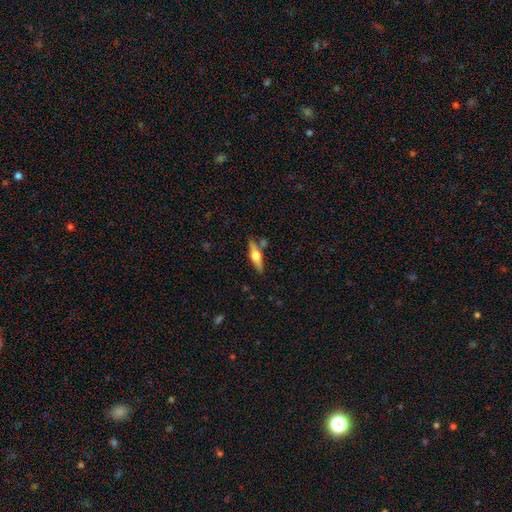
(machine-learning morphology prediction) A featured or disk galaxy (54%) viewed edge-on (94%) with a rounded central bulge (92%).

Vote fractions:
- Smooth or featured? featured or disk: 54% / smooth: 39% / star or artifact: 6%
- Edge-on disk? yes: 94% / no: 6%
- Edge-on bulge? rounded: 92% / boxy: 6% / none: 2%
- Merging? none: 77% / minor disturbance: 12% / merger: 8% / major disturbance: 3%